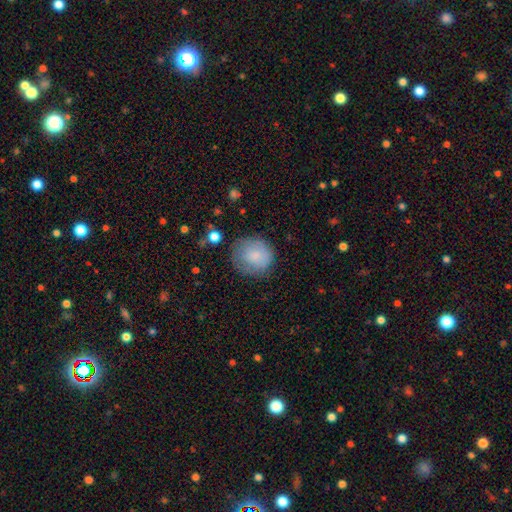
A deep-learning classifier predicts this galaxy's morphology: smooth 81%, featured or disk 12%, star or artifact 8%. Down the decision tree: how rounded — round (85%); merging — none (71%).